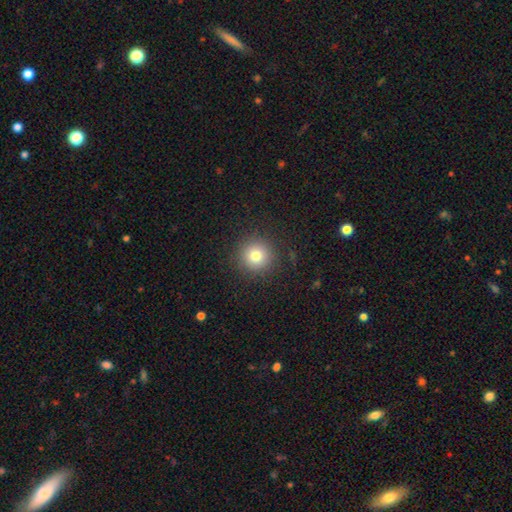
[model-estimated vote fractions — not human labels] Smooth or featured?
  - smooth: 77% *
  - star or artifact: 14%
  - featured or disk: 9%
How rounded?
  - round: 95% *
  - in between: 4%
  - cigar-shaped: 1%
Merging?
  - none: 90% *
  - minor disturbance: 6%
  - major disturbance: 3%
  - merger: 1%